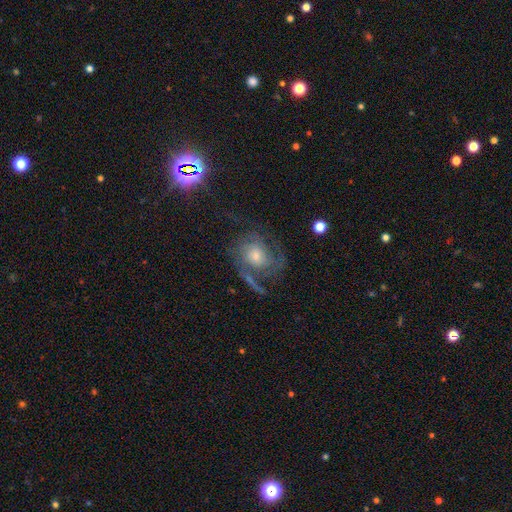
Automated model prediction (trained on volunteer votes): Morphology: type=featured or disk (78%); edge-on=no (97%); bar=no (72%); spiral arms=yes (93%); winding=medium (45%); arm count=2 (31%); bulge=moderate (52%); merging=none (59%).